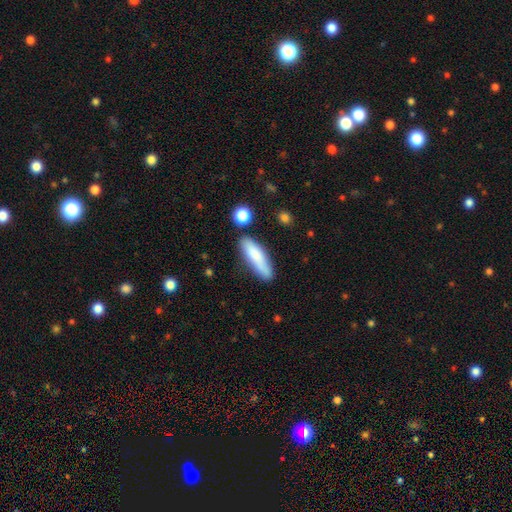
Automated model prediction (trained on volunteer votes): Smooth or featured: smooth — 78% (featured or disk — 15%)
How rounded: cigar-shaped — 64% (in between — 34%)
Merging: none — 71% (minor disturbance — 18%)